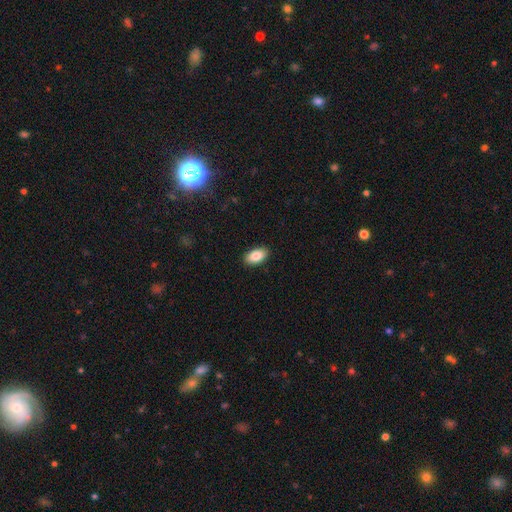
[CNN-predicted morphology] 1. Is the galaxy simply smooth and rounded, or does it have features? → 86% smooth, 7% star or artifact, 7% featured or disk.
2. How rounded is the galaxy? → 94% in between, 4% round, 2% cigar-shaped.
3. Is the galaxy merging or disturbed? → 91% none, 7% minor disturbance, 2% major disturbance, 1% merger.